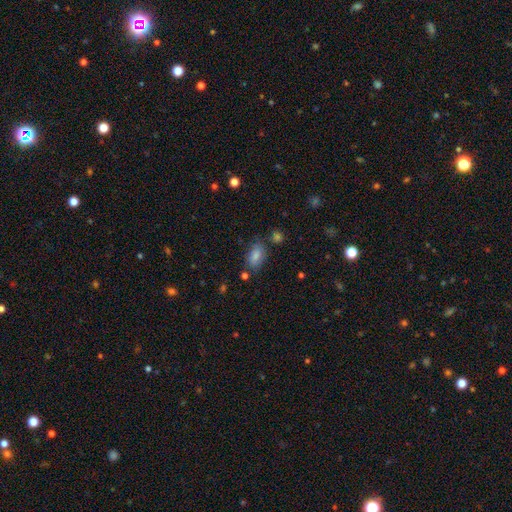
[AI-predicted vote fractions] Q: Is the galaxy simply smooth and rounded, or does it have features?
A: smooth — 80%.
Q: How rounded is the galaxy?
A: in between — 89%.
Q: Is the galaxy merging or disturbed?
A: none — 69%.